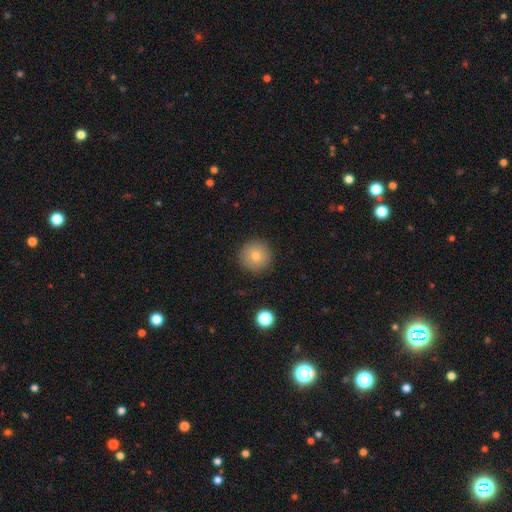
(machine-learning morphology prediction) Smooth or featured? smooth (78%)
How rounded? round (96%)
Merging? none (91%)